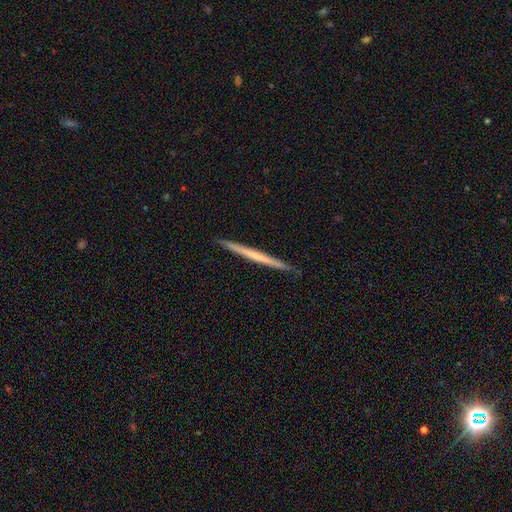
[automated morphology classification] smooth-or-featured: featured or disk: 53% | smooth: 42% | star or artifact: 5%
  disk-edge-on: yes: 98% | no: 2%
    edge-on-bulge: none: 87% | rounded: 9% | boxy: 4%
  merging: none: 92% | minor disturbance: 6% | major disturbance: 1% | merger: 1%